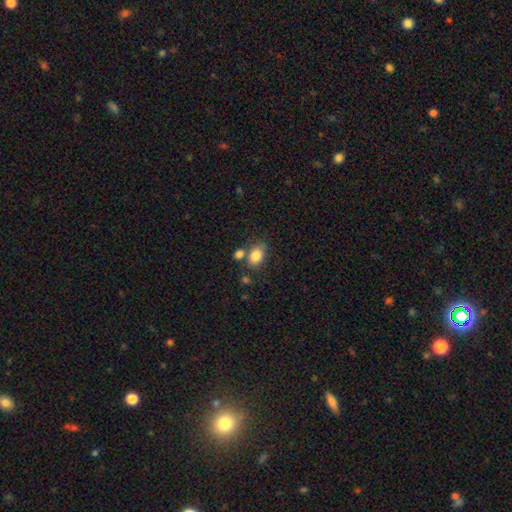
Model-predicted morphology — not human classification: Smooth or featured? smooth (82%)
How rounded? in between (79%)
Merging? none (58%)